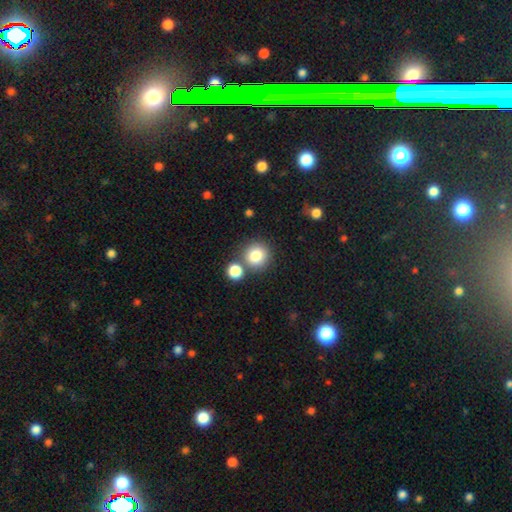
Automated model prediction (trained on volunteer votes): This appears to be a smooth galaxy with no disk features (82%) that is round (92%). Merging: none (73%).